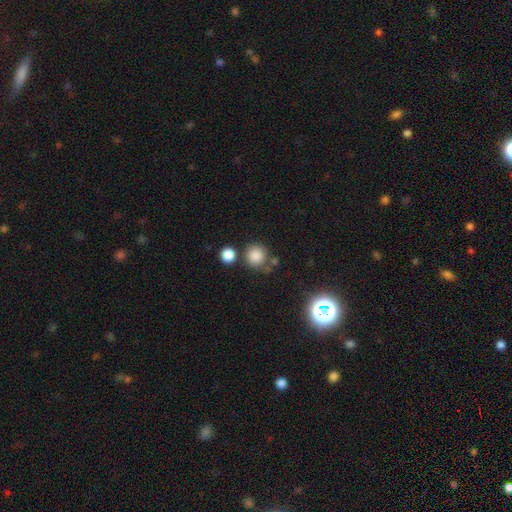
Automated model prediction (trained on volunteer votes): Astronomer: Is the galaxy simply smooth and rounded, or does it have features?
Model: smooth — 83%.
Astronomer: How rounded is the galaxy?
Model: round — 92%.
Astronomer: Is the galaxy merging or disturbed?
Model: none — 71%.